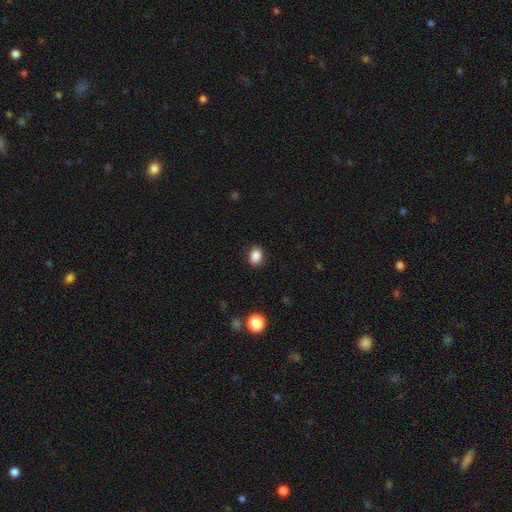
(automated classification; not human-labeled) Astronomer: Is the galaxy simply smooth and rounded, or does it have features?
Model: smooth — 87%.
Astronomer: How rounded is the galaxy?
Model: in between — 58% (runner-up: round, 41%).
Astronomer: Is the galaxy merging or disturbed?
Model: none — 87%.